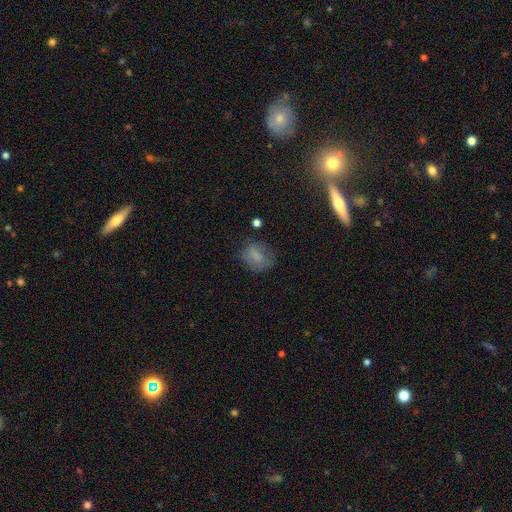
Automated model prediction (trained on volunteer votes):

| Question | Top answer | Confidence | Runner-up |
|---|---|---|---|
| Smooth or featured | smooth | 73% | featured or disk (15%) |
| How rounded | in between | 53% | round (45%) |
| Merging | none | 61% | minor disturbance (24%) |